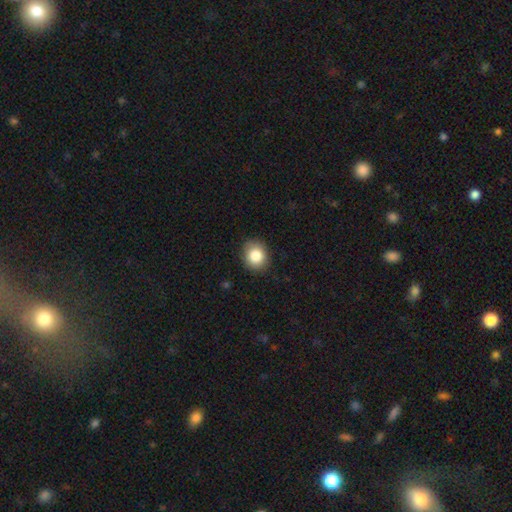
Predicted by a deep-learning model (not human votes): Q: Smooth or featured?
A: smooth (84%); runner-up: star or artifact (9%)
Q: How rounded?
A: round (72%); runner-up: in between (27%)
Q: Merging?
A: none (86%); runner-up: minor disturbance (10%)